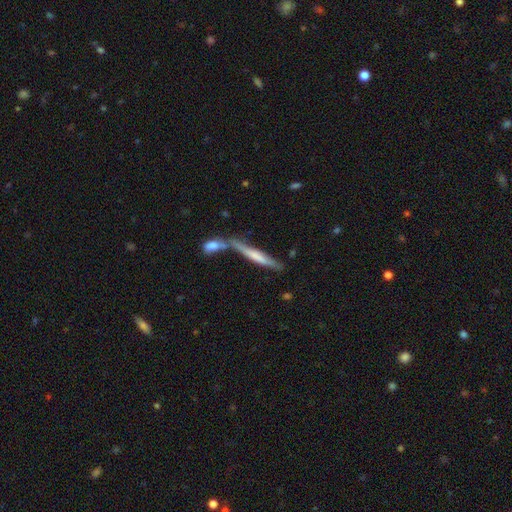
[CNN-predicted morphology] smooth_or_featured: featured or disk (p=0.48) [alt: smooth p=0.46]
merging: none (p=0.44) [alt: merger p=0.37]